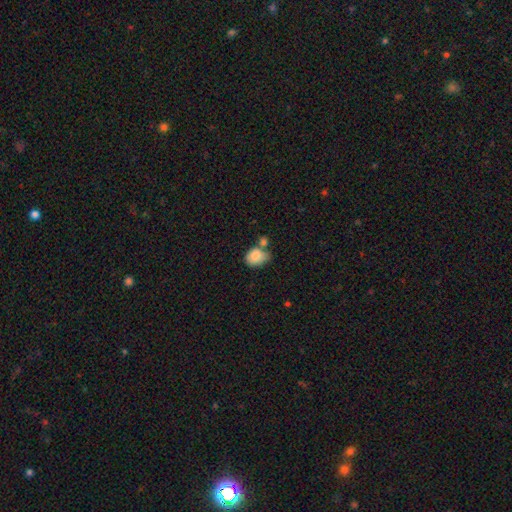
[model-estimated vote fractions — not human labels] A smooth galaxy with no disk features (83%) that is in between round and cigar-shaped (63%).

Vote fractions:
- Smooth or featured? smooth: 83% / featured or disk: 10% / star or artifact: 8%
- How rounded? in between: 63% / round: 36% / cigar-shaped: 1%
- Merging? none: 40% / merger: 31% / minor disturbance: 22% / major disturbance: 7%